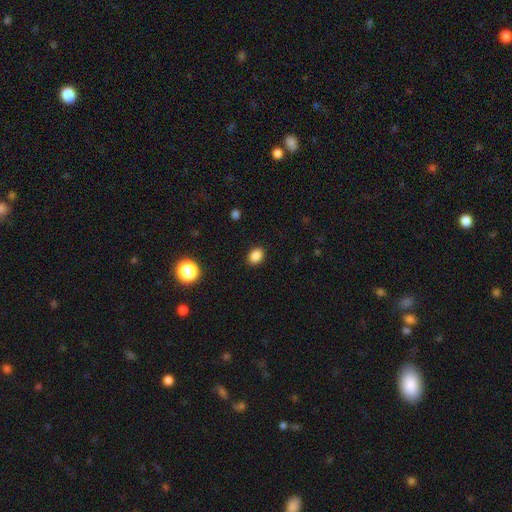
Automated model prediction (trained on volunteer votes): smooth_or_featured: smooth (p=0.86) [alt: star or artifact p=0.11]
how_rounded: in between (p=0.64) [alt: round p=0.35]
merging: none (p=0.89) [alt: minor disturbance p=0.08]